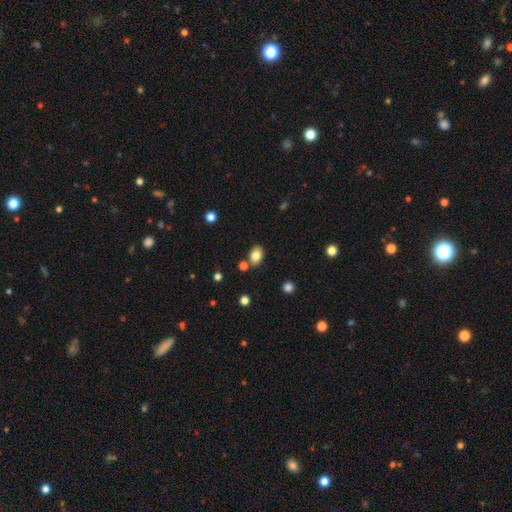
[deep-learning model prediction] smooth-or-featured: smooth: 83% | star or artifact: 10% | featured or disk: 8%
  how-rounded: in between: 77% | round: 22% | cigar-shaped: 1%
  merging: none: 78% | minor disturbance: 11% | merger: 8% | major disturbance: 3%